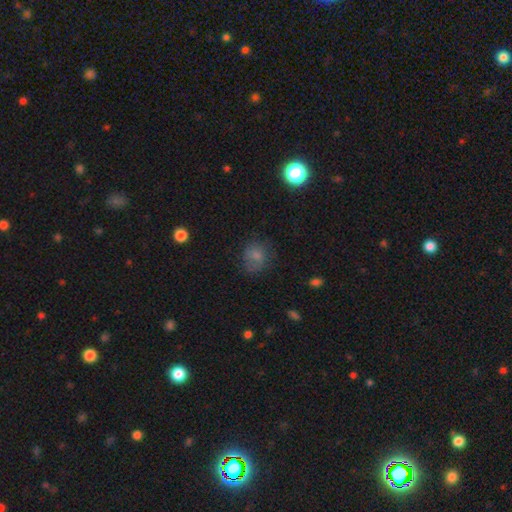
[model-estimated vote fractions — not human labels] Smooth or featured? Predicted: smooth (p=0.72). How rounded? Predicted: round (p=0.68). Merging? Predicted: none (p=0.59).